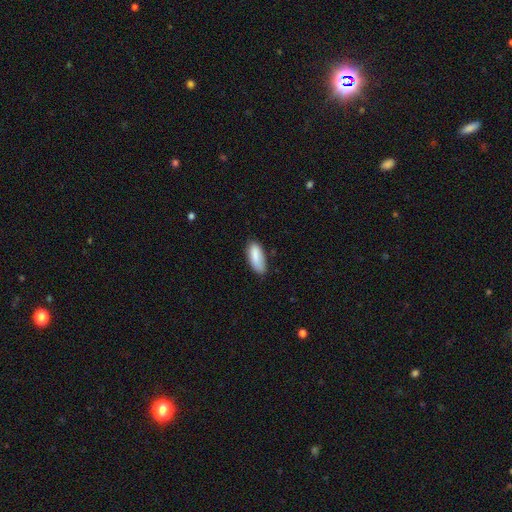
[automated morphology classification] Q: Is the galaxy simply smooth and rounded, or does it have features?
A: smooth — 86%.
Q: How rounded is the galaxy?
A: in between — 78%.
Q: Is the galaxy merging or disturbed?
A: none — 72%.